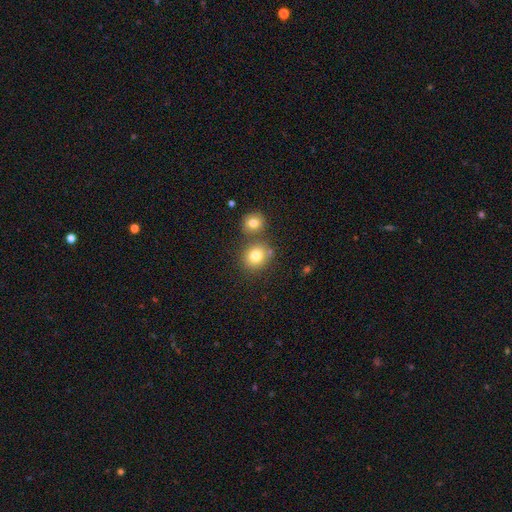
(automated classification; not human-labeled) smooth-or-featured: smooth: 79% | star or artifact: 12% | featured or disk: 9%
  how-rounded: round: 77% | in between: 22% | cigar-shaped: 1%
  merging: none: 65% | merger: 23% | minor disturbance: 9% | major disturbance: 3%